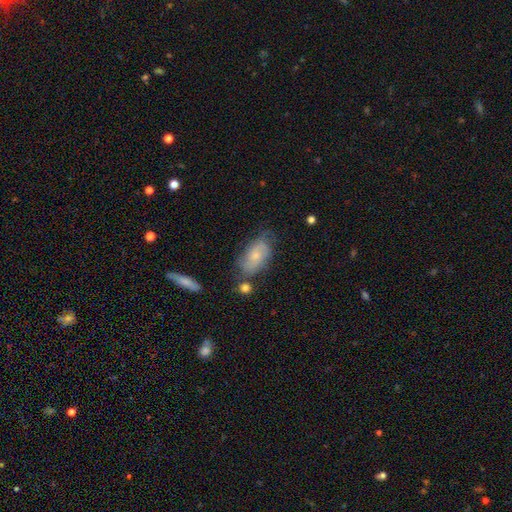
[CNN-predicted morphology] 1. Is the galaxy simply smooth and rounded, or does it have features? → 59% smooth, 34% featured or disk, 8% star or artifact.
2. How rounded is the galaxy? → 89% in between, 6% round, 4% cigar-shaped.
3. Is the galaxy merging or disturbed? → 56% none, 28% minor disturbance, 10% major disturbance, 7% merger.